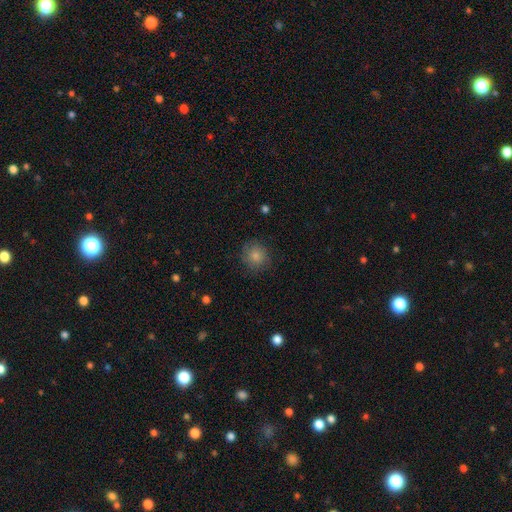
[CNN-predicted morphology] type=smooth (83%); roundness=round (89%); merging=none (82%).